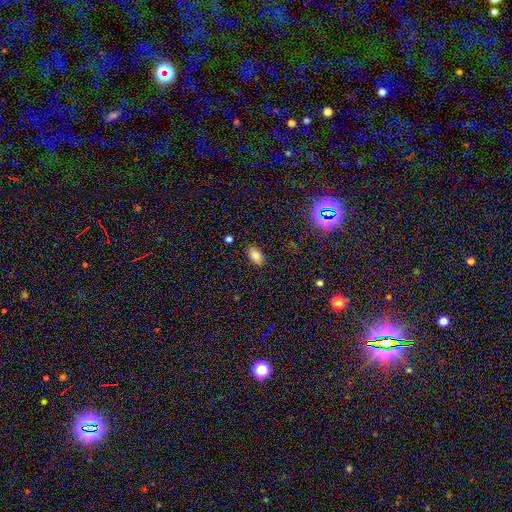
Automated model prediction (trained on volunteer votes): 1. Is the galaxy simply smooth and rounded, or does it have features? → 81% smooth, 12% star or artifact, 7% featured or disk.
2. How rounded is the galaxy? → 92% in between, 6% round, 2% cigar-shaped.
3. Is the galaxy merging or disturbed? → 86% none, 10% minor disturbance, 3% major disturbance, 1% merger.